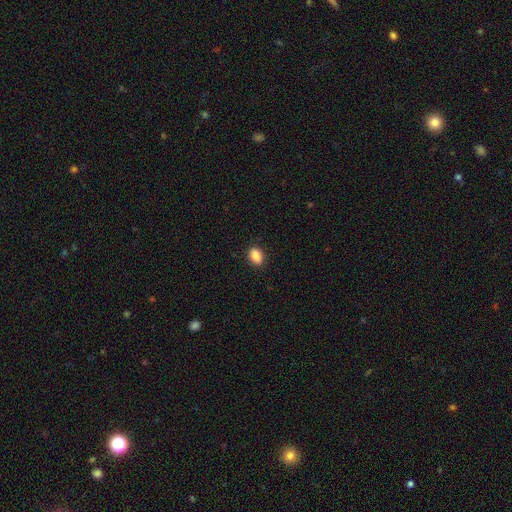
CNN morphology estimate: A smooth galaxy with no disk features (88%) that is in between round and cigar-shaped (85%). Merging: none (89%).